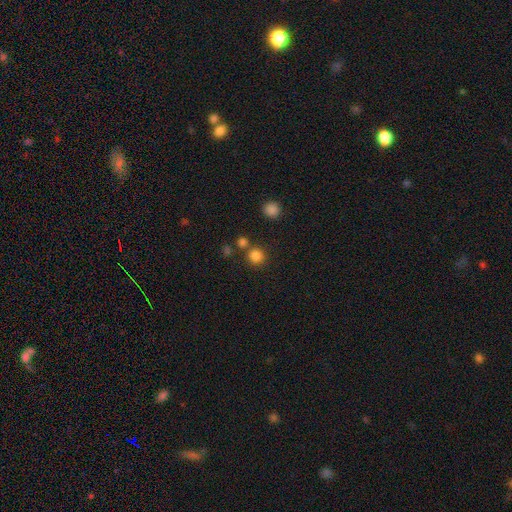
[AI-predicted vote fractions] A smooth galaxy with no disk features (82%) that is round (93%).

Vote fractions:
- Smooth or featured? smooth: 82% / star or artifact: 14% / featured or disk: 4%
- How rounded? round: 93% / in between: 7% / cigar-shaped: 1%
- Merging? none: 76% / merger: 14% / minor disturbance: 7% / major disturbance: 3%